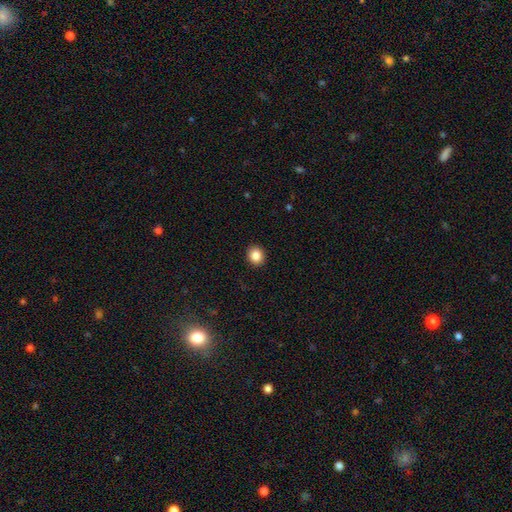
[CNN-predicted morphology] smooth-or-featured: smooth: 85% | star or artifact: 10% | featured or disk: 5%
  how-rounded: round: 78% | in between: 21% | cigar-shaped: 1%
  merging: none: 92% | minor disturbance: 5% | major disturbance: 2% | merger: 1%